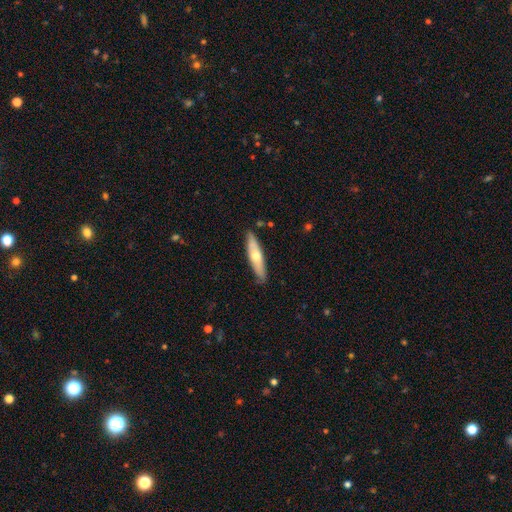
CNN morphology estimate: A smooth galaxy with no disk features (53%) that is cigar-shaped (79%).

Vote fractions:
- Smooth or featured? smooth: 53% / featured or disk: 42% / star or artifact: 5%
- How rounded? cigar-shaped: 79% / in between: 19% / round: 2%
- Merging? none: 86% / minor disturbance: 10% / major disturbance: 2% / merger: 2%